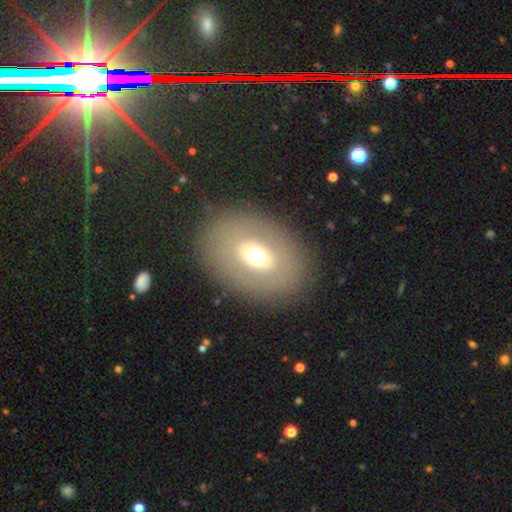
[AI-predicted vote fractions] This is possibly a smooth galaxy (55%). How rounded: likely in between (73%). Merging: clearly none (85%).